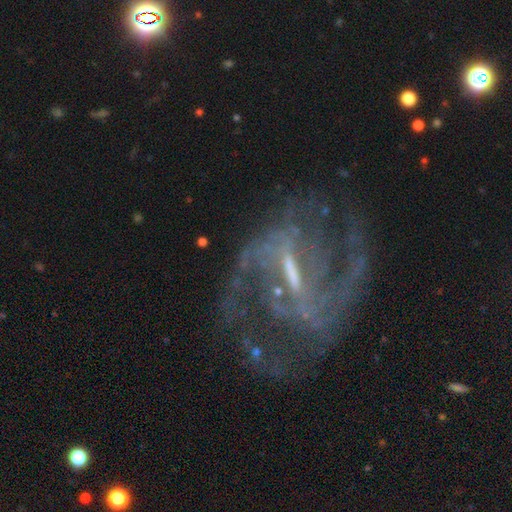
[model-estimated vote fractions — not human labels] featured or disk 89%, star or artifact 8%, smooth 4%. Down the decision tree: edge-on disk — no (97%); bar — strong (52%); spiral arms — yes (95%); spiral arm count — 2 (65%); spiral winding — medium (52%); bulge size — small (46%); merging — none (61%).